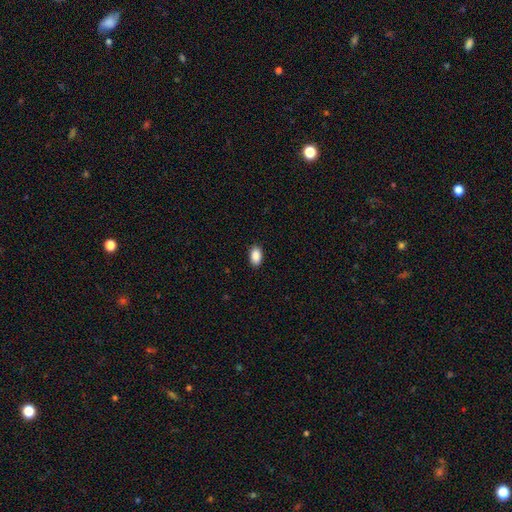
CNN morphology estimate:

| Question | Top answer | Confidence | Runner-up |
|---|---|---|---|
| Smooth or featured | smooth | 90% | star or artifact (7%) |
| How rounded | in between | 92% | round (7%) |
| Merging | none | 90% | minor disturbance (8%) |